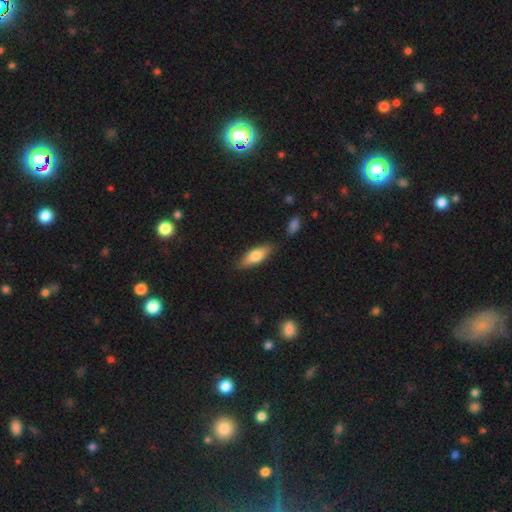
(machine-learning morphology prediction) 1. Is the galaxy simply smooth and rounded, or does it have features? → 68% smooth, 26% featured or disk, 6% star or artifact.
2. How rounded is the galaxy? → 60% in between, 37% cigar-shaped, 2% round.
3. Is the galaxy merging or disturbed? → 81% none, 13% minor disturbance, 4% merger, 3% major disturbance.